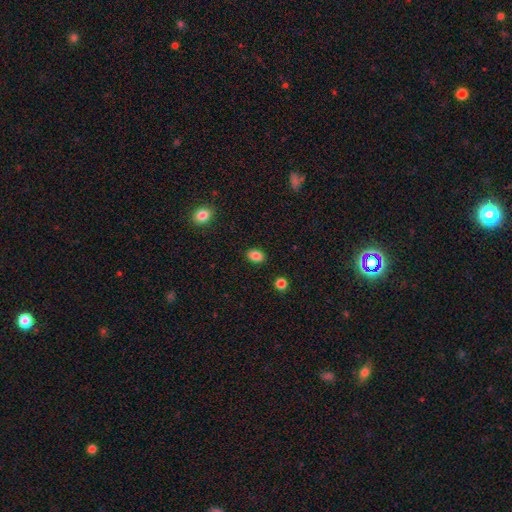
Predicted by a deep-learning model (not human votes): Smooth or featured: smooth — 85% (star or artifact — 10%)
How rounded: in between — 74% (round — 25%)
Merging: none — 88% (minor disturbance — 8%)